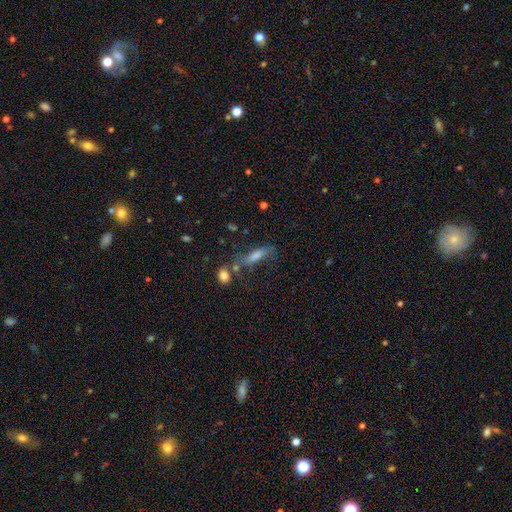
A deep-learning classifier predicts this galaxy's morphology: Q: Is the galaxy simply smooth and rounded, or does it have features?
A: smooth — 51%.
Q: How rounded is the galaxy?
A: cigar-shaped — 60%.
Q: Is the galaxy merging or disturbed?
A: none — 50%.